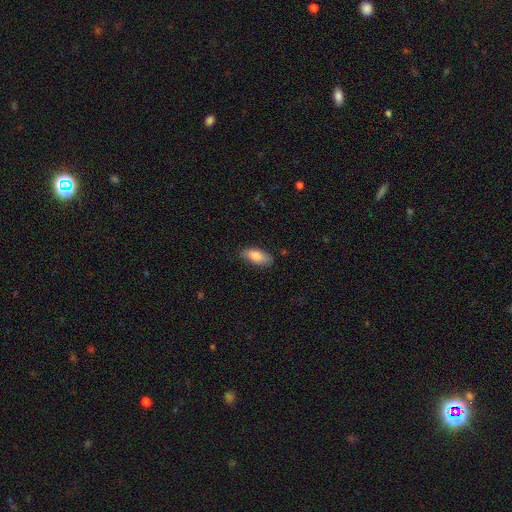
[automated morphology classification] This appears to be a smooth galaxy with no disk features (83%) that is in between round and cigar-shaped (85%). Merging: none (82%).